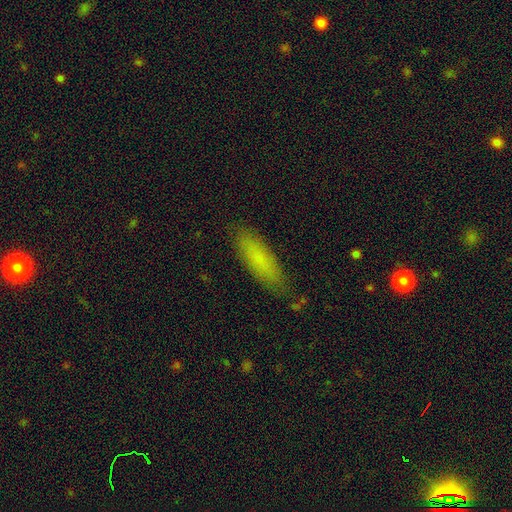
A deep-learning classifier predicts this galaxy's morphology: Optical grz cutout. It shows a smooth galaxy with no disk features (68%) that is cigar-shaped (64%). Merging: none (84%).